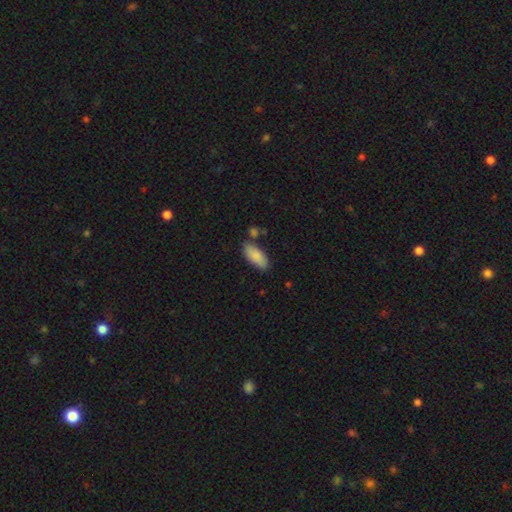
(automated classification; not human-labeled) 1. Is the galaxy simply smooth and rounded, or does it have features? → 88% smooth, 6% featured or disk, 6% star or artifact.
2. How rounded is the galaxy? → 85% in between, 13% cigar-shaped, 2% round.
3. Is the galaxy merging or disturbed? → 75% none, 15% minor disturbance, 7% merger, 3% major disturbance.